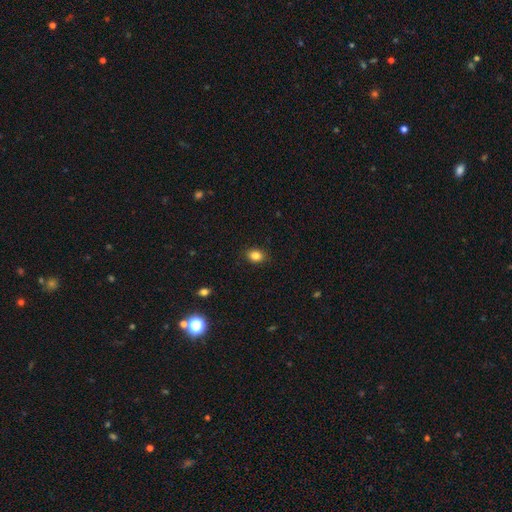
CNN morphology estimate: smooth_or_featured: smooth (p=0.84) [alt: star or artifact p=0.10]
how_rounded: in between (p=0.55) [alt: round p=0.44]
merging: none (p=0.87) [alt: minor disturbance p=0.10]